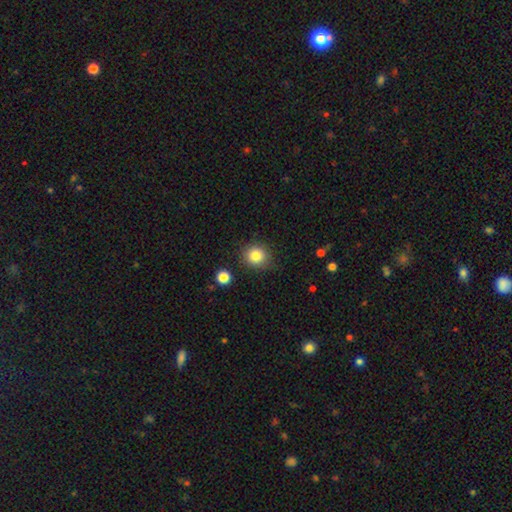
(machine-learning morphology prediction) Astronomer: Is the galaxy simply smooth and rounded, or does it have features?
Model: smooth — 83%.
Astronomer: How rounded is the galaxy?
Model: round — 87%.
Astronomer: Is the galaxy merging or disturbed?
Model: none — 85%.